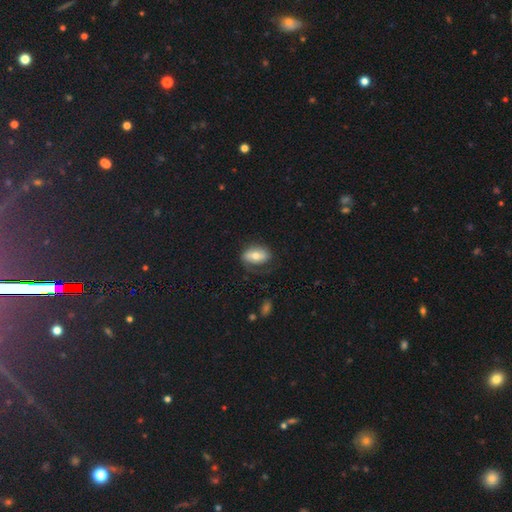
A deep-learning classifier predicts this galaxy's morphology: This is possibly a smooth galaxy (50%). How rounded: clearly in between (83%). Merging: possibly none (55%).